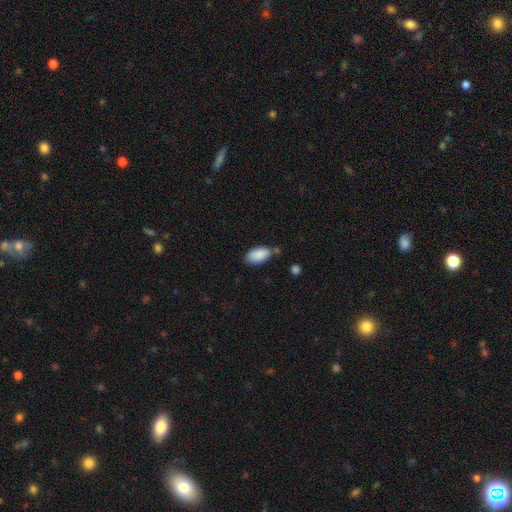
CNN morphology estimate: Smooth or featured? smooth (89%)
How rounded? in between (94%)
Merging? none (67%)